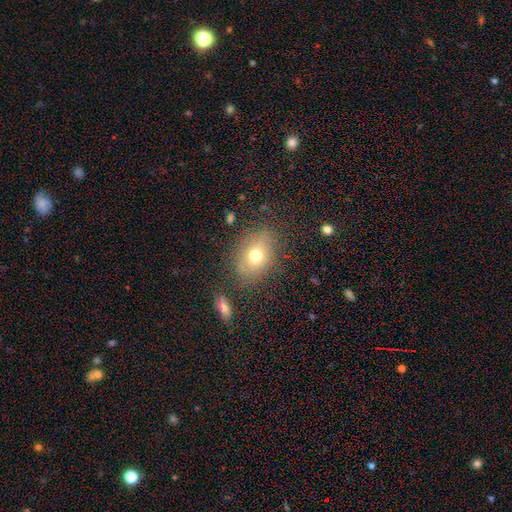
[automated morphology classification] Overall: smooth (69%). How rounded: in between (66%; round 32%). Merging: none (77%).